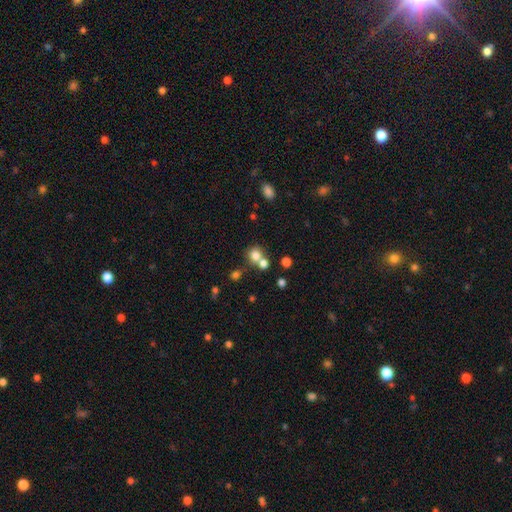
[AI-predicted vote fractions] A smooth galaxy with no disk features (76%) that is round (82%). Merging: none (49%).